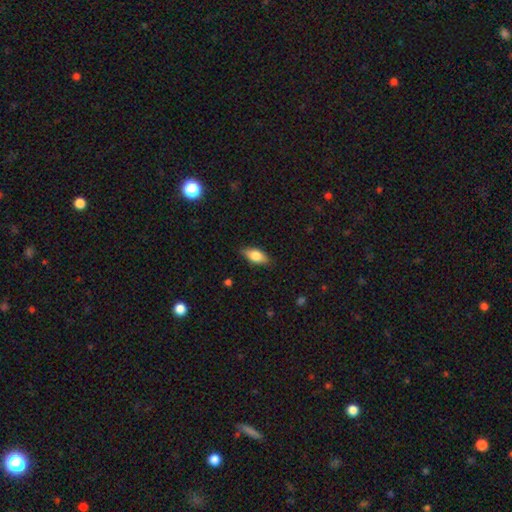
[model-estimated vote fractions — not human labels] Smooth or featured? smooth (77%)
How rounded? in between (85%)
Merging? none (84%)